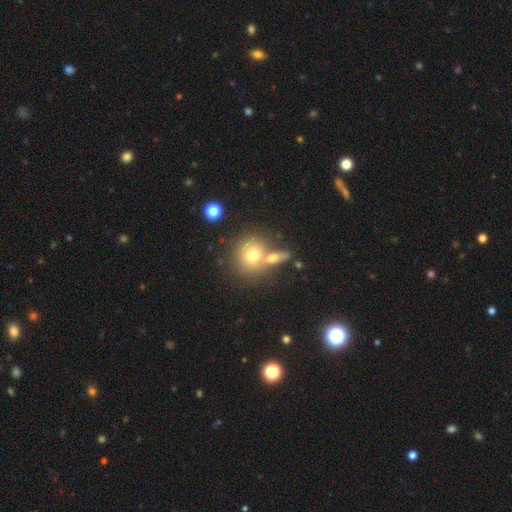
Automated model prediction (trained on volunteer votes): This appears to be a smooth galaxy with no disk features (66%) that is round (85%). Merging: none (57%).